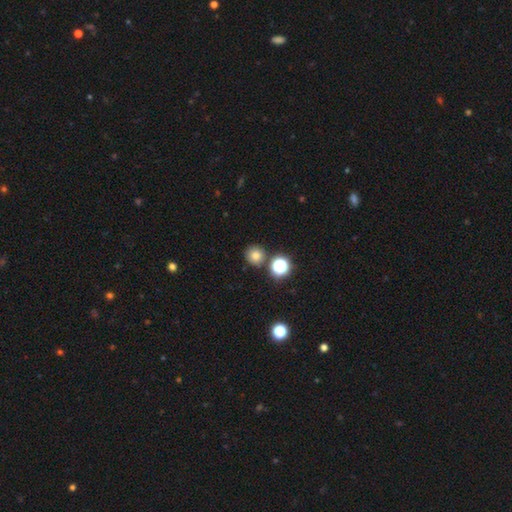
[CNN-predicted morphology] Smooth or featured? smooth (76%)
How rounded? round (92%)
Merging? none (80%)